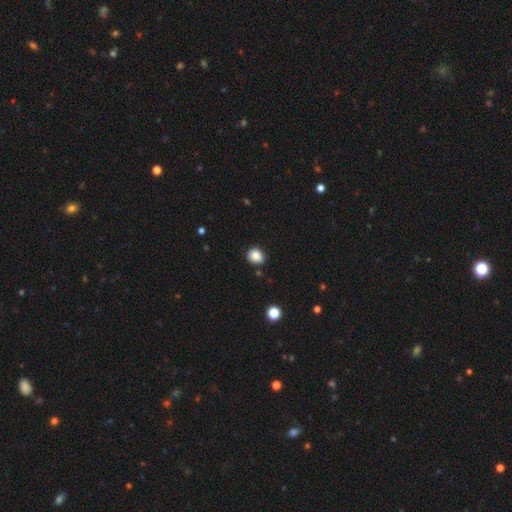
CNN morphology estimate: type=smooth (86%); roundness=round (71%); merging=none (82%).